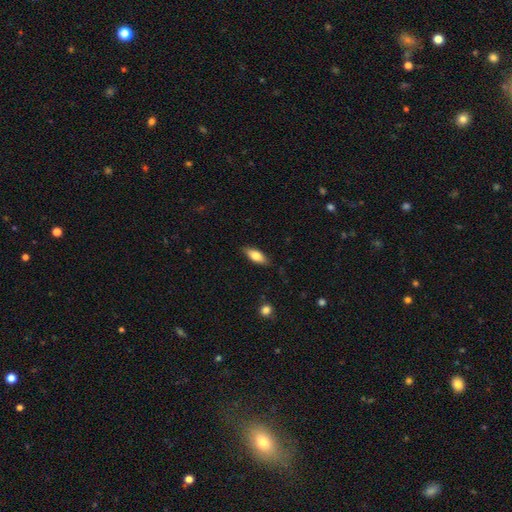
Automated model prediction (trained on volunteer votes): The model was most divided on "how rounded": in between: 77%, cigar-shaped: 20%, round: 2%. More confident: merging — none (84%); smooth or featured — smooth (76%).